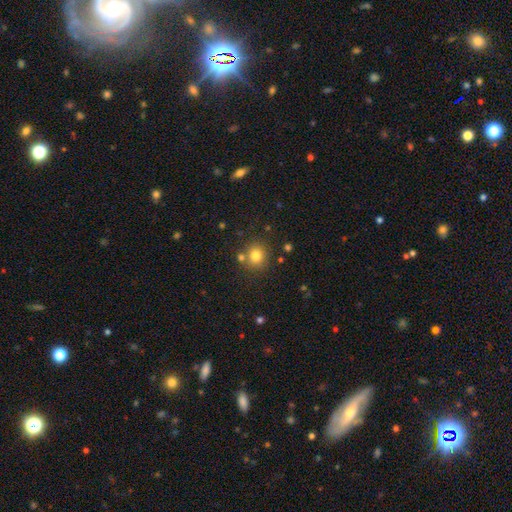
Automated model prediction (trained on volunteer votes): A smooth galaxy with no disk features (78%) that is round (88%). Merging: none (78%).